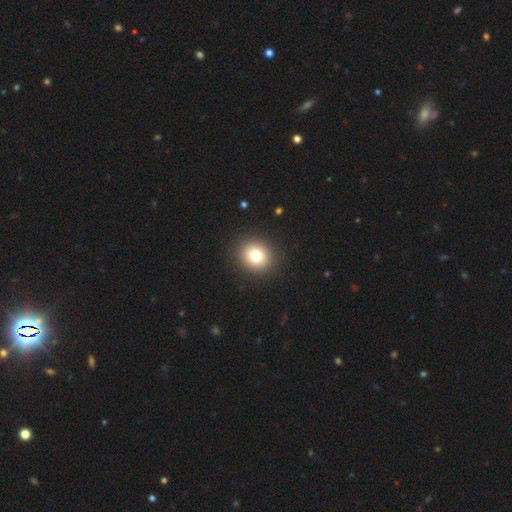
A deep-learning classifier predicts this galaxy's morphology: A smooth galaxy with no disk features (79%) that is round (78%).

Vote fractions:
- Smooth or featured? smooth: 79% / star or artifact: 11% / featured or disk: 10%
- How rounded? round: 78% / in between: 21% / cigar-shaped: 1%
- Merging? none: 91% / minor disturbance: 6% / major disturbance: 2% / merger: 1%